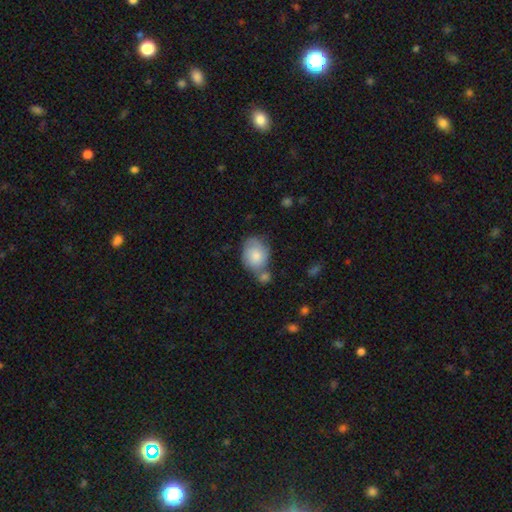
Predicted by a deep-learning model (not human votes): Smooth or featured? smooth (76%)
How rounded? in between (54%)
Merging? none (42%)